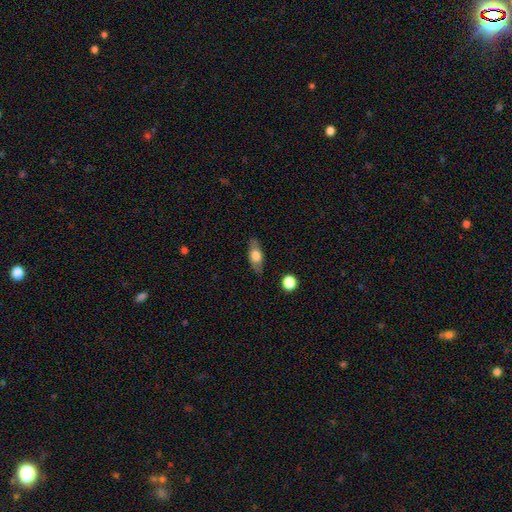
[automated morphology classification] Q: Smooth or featured?
A: smooth (61%); runner-up: featured or disk (32%)
Q: How rounded?
A: in between (74%); runner-up: cigar-shaped (21%)
Q: Merging?
A: none (81%); runner-up: minor disturbance (14%)